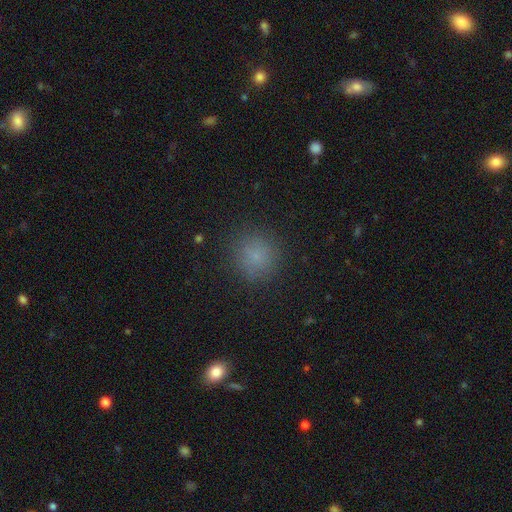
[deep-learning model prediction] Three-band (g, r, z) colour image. It shows a smooth galaxy with no disk features (77%) that is round (91%). Merging: none (86%).